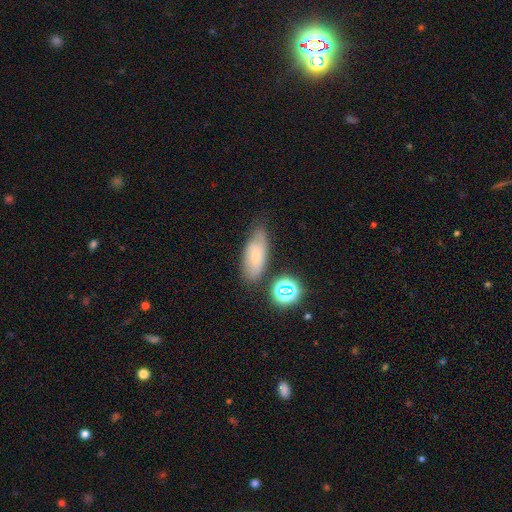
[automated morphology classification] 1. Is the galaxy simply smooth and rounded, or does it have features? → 56% smooth, 31% featured or disk, 13% star or artifact.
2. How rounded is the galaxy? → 80% in between, 15% cigar-shaped, 5% round.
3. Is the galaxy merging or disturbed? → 64% none, 24% minor disturbance, 6% major disturbance, 5% merger.